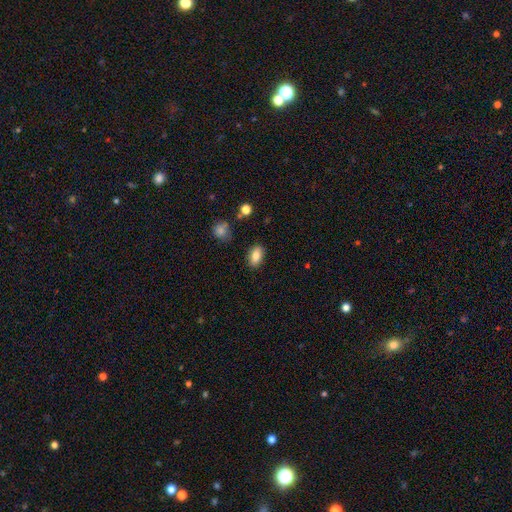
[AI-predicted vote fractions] A smooth galaxy with no disk features (82%) that is in between round and cigar-shaped (88%).

Vote fractions:
- Smooth or featured? smooth: 82% / featured or disk: 9% / star or artifact: 9%
- How rounded? in between: 88% / round: 9% / cigar-shaped: 4%
- Merging? none: 87% / minor disturbance: 10% / major disturbance: 2% / merger: 2%